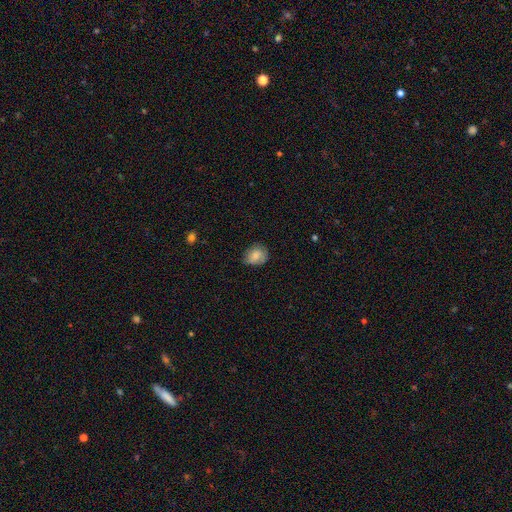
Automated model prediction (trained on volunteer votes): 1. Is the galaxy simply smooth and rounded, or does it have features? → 77% smooth, 15% featured or disk, 8% star or artifact.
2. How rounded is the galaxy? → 51% in between, 48% round, 1% cigar-shaped.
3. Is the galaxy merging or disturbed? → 63% none, 28% minor disturbance, 7% major disturbance, 1% merger.